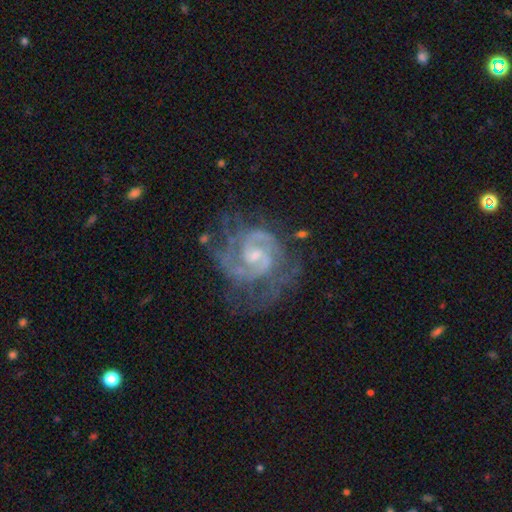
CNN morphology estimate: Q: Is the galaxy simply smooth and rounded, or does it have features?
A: featured or disk — 89%.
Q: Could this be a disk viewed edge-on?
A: no — 98%.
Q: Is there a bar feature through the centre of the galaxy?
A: weak — 53%.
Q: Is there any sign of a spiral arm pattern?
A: yes — 96%.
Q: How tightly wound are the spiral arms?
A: tight — 46%.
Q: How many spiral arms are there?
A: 2 — 64%.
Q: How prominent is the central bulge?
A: small — 54%.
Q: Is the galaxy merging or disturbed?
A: none — 61%.